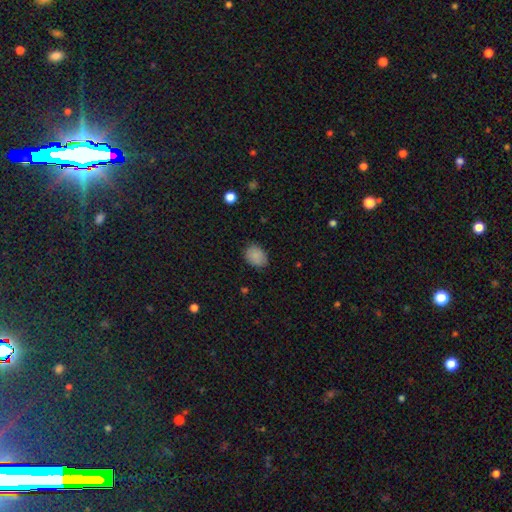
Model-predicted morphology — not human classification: Smooth or featured? Predicted: smooth (p=0.87). How rounded? Predicted: in between (p=0.63). Merging? Predicted: none (p=0.83).